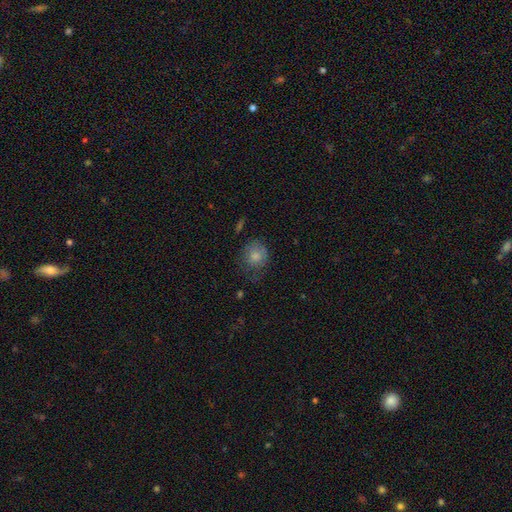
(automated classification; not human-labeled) smooth 78%, featured or disk 13%, star or artifact 9%. Down the decision tree: how rounded — round (72%); merging — none (54%).